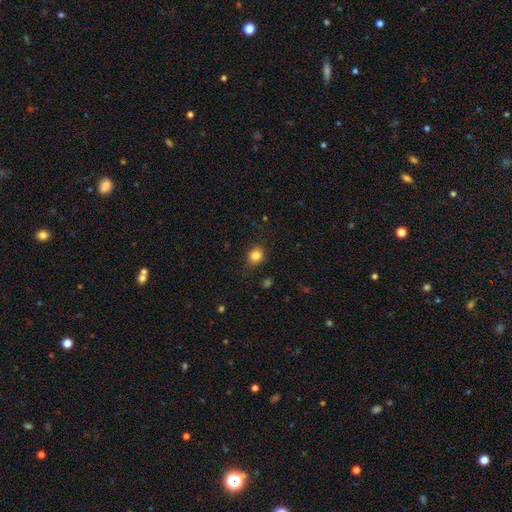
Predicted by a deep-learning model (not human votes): smooth 84%, star or artifact 11%, featured or disk 5%. Down the decision tree: how rounded — round (74%); merging — none (87%).